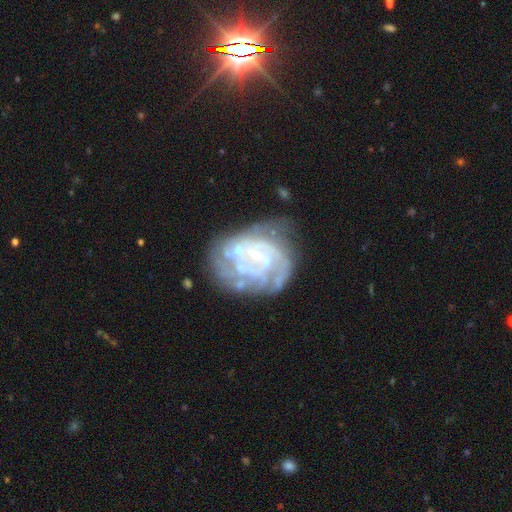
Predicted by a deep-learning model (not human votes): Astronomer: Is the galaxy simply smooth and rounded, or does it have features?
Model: featured or disk — 80%.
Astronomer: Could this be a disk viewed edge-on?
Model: no — 98%.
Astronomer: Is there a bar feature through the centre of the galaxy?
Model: no — 60%.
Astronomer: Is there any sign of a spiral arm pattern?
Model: yes — 74%.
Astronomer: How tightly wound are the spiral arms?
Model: tight — 59%.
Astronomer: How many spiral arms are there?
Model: can't tell — 49%.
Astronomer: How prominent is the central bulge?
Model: small — 65%.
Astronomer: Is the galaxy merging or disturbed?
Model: none — 46% (runner-up: minor disturbance, 24%).